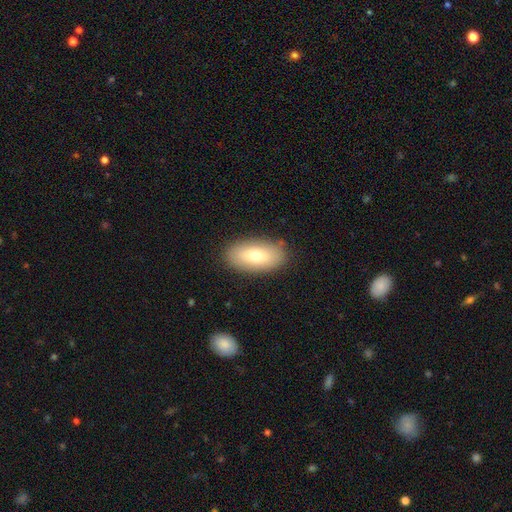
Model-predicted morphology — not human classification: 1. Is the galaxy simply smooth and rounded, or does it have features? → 75% smooth, 18% featured or disk, 7% star or artifact.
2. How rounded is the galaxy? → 92% in between, 4% cigar-shaped, 4% round.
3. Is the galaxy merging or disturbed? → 86% none, 10% minor disturbance, 3% major disturbance, 1% merger.